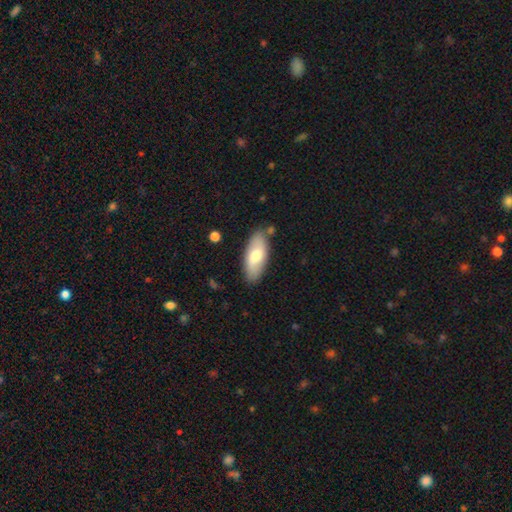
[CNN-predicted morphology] A smooth galaxy with no disk features (66%) that is in between round and cigar-shaped (86%).

Vote fractions:
- Smooth or featured? smooth: 66% / featured or disk: 28% / star or artifact: 5%
- How rounded? in between: 86% / cigar-shaped: 11% / round: 2%
- Merging? none: 82% / minor disturbance: 13% / merger: 3% / major disturbance: 3%